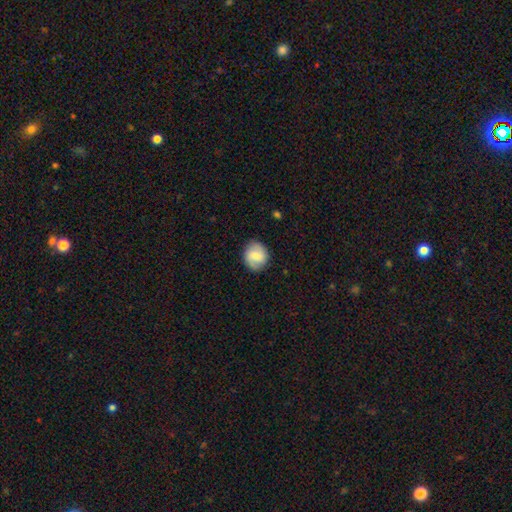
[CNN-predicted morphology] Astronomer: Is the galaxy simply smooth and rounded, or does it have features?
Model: smooth — 68%.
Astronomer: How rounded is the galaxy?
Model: round — 78%.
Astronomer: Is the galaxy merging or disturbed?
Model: none — 85%.